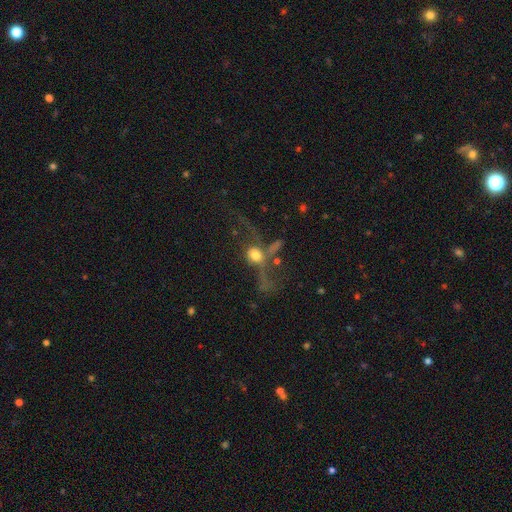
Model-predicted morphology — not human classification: smooth_or_featured: smooth (p=0.46) [alt: featured or disk p=0.40]
merging: major disturbance (p=0.47) [alt: merger p=0.24]